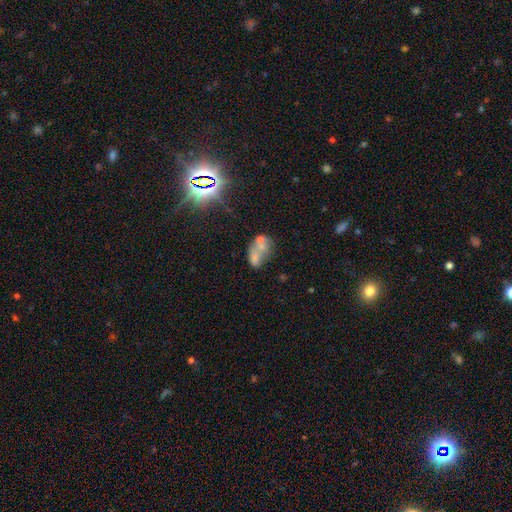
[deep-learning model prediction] Smooth or featured? smooth (52%)
How rounded? in between (82%)
Merging? merger (45%)